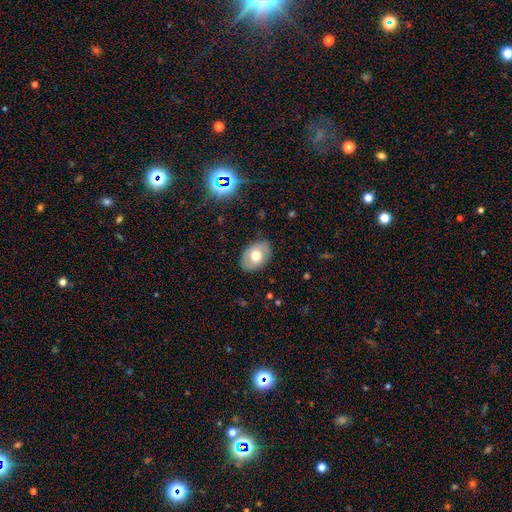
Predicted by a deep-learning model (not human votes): Smooth or featured? Predicted: smooth (p=0.59). How rounded? Predicted: in between (p=0.80). Merging? Predicted: none (p=0.83).